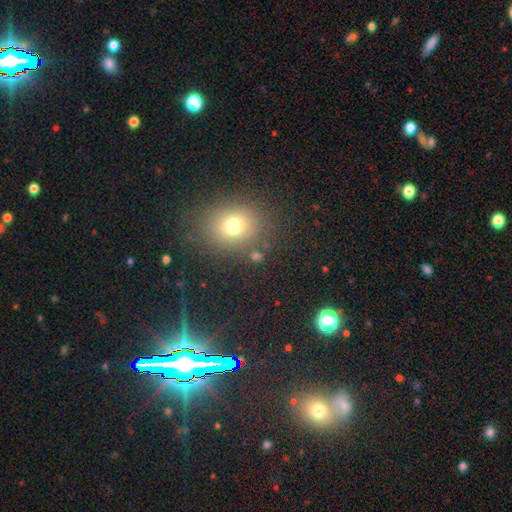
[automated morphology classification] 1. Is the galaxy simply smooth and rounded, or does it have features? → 62% smooth, 29% star or artifact, 10% featured or disk.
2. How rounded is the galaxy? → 71% round, 28% in between, 2% cigar-shaped.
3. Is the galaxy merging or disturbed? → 81% none, 9% minor disturbance, 5% merger, 4% major disturbance.